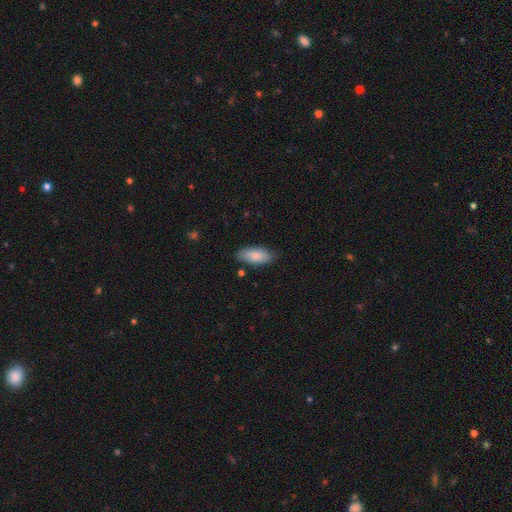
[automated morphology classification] A smooth galaxy with no disk features (83%) that is in between round and cigar-shaped (88%).

Vote fractions:
- Smooth or featured? smooth: 83% / featured or disk: 11% / star or artifact: 6%
- How rounded? in between: 88% / cigar-shaped: 10% / round: 2%
- Merging? none: 80% / minor disturbance: 16% / major disturbance: 3% / merger: 2%